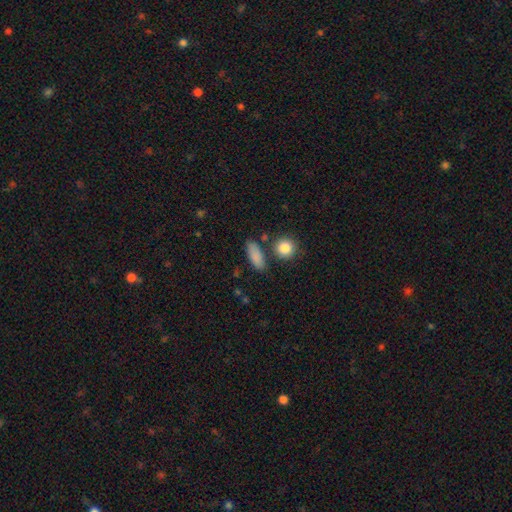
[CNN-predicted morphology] Q: Smooth or featured?
A: smooth (86%); runner-up: star or artifact (8%)
Q: How rounded?
A: in between (69%); runner-up: cigar-shaped (24%)
Q: Merging?
A: none (78%); runner-up: minor disturbance (13%)